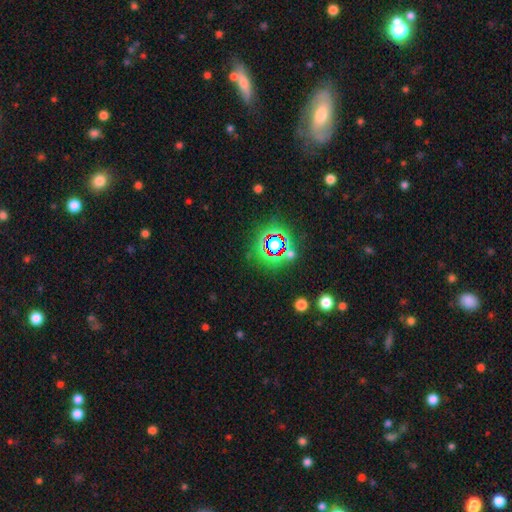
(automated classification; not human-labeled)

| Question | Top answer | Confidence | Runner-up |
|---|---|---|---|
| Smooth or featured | star or artifact | 60% | smooth (27%) |